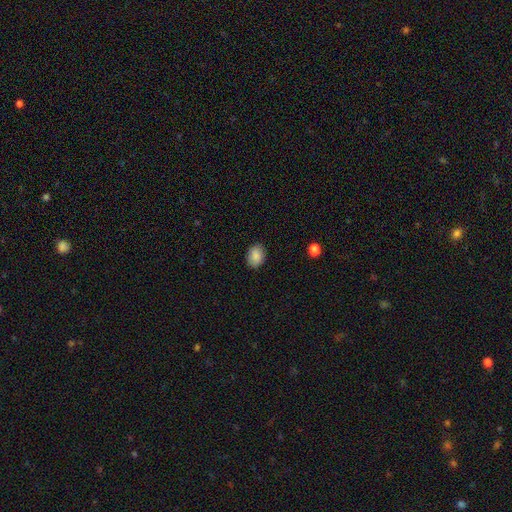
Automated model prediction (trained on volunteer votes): This is clearly a smooth galaxy (88%). How rounded: likely in between (66%). Merging: clearly none (87%).